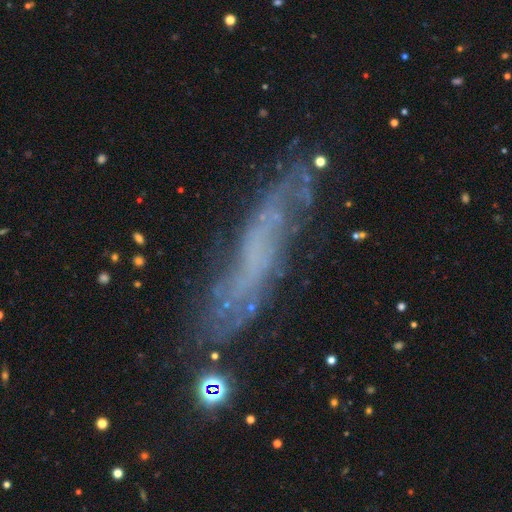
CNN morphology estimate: Q: Smooth or featured?
A: featured or disk (62%); runner-up: smooth (25%)
Q: Edge-on disk?
A: no (54%); runner-up: yes (46%)
Q: Merging?
A: none (69%); runner-up: minor disturbance (19%)